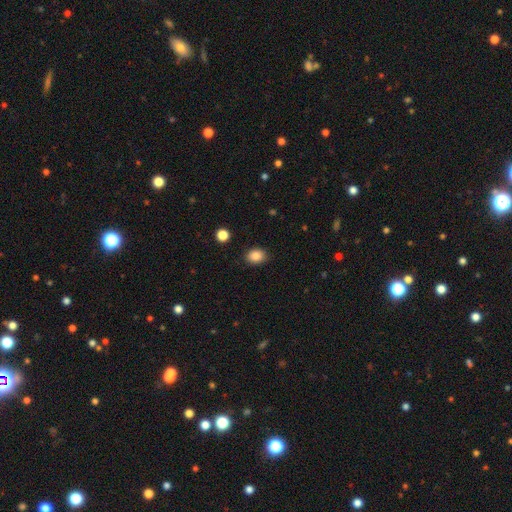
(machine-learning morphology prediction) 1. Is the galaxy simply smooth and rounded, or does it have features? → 86% smooth, 10% star or artifact, 4% featured or disk.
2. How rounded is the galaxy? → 61% in between, 38% round, 1% cigar-shaped.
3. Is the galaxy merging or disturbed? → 88% none, 9% minor disturbance, 2% major disturbance, 1% merger.